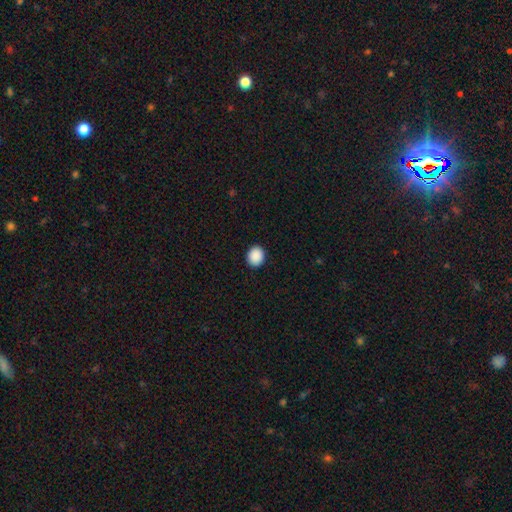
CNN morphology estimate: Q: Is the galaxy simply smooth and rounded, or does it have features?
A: smooth — 90%.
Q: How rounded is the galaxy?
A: round — 68%.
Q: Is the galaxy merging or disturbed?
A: none — 92%.